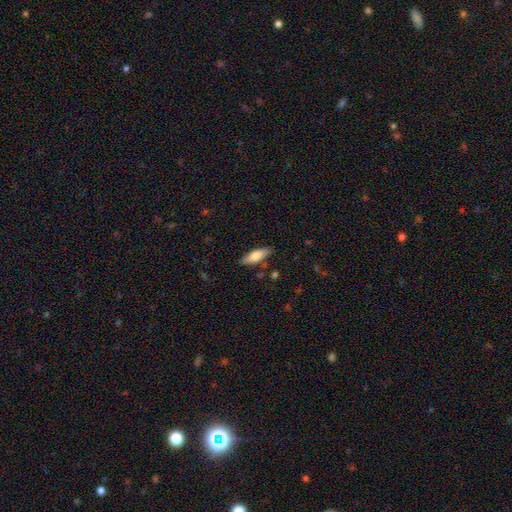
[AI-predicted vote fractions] smooth-or-featured: smooth: 69% | featured or disk: 25% | star or artifact: 6%
  how-rounded: in between: 52% | cigar-shaped: 46% | round: 2%
  merging: none: 83% | minor disturbance: 12% | merger: 2% | major disturbance: 2%